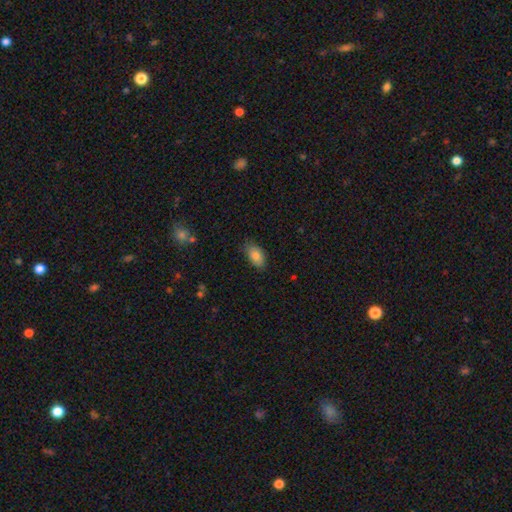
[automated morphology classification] This appears to be a smooth galaxy with no disk features (83%) that is in between round and cigar-shaped (92%). Merging: none (77%).